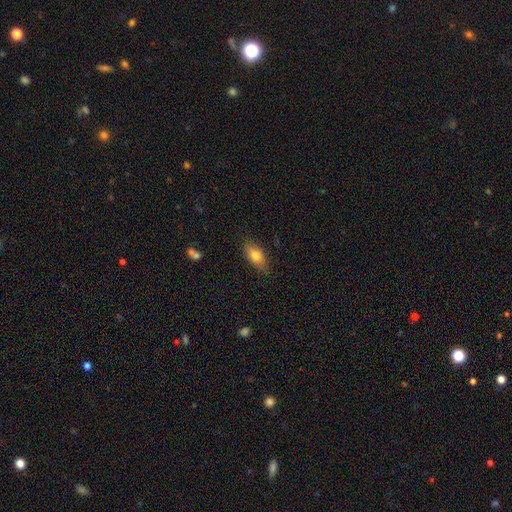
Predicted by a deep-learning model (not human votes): Smooth or featured: smooth — 74% (featured or disk — 18%)
How rounded: in between — 82% (cigar-shaped — 12%)
Merging: none — 82% (minor disturbance — 14%)